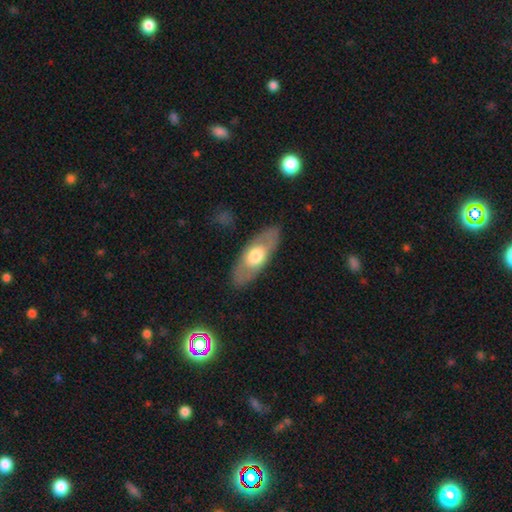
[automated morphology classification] Smooth or featured: smooth — 54% (featured or disk — 41%)
How rounded: in between — 81% (cigar-shaped — 15%)
Merging: none — 85% (minor disturbance — 11%)